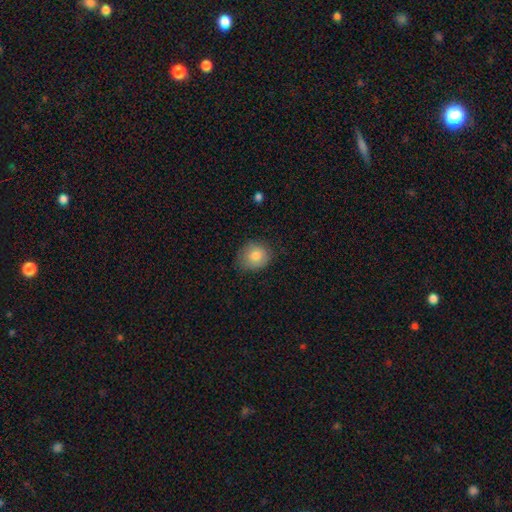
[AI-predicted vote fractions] smooth 81%, featured or disk 10%, star or artifact 8%. Down the decision tree: how rounded — round (74%); merging — none (75%).